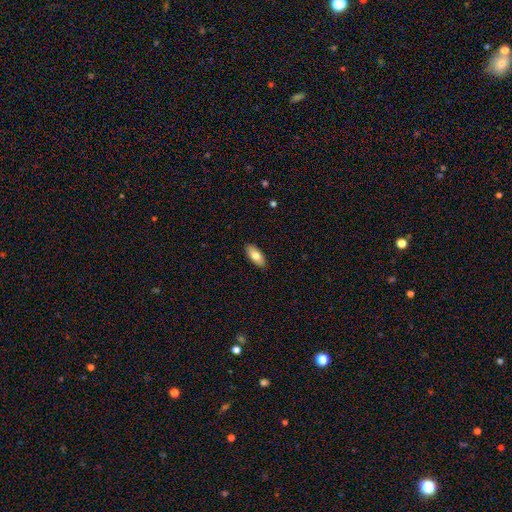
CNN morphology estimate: This appears to be a smooth galaxy with no disk features (79%) that is in between round and cigar-shaped (89%). Merging: none (89%).